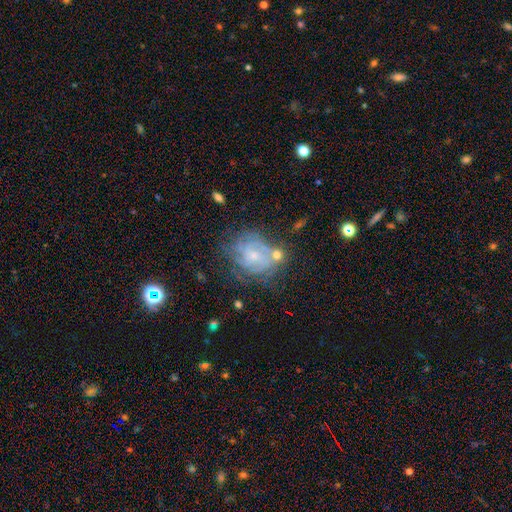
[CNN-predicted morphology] This appears to be a featured or disk galaxy (75%) with no bar (69%), tight (66%) spiral arms (90%) and a small central bulge (68%). Merging: none (62%).